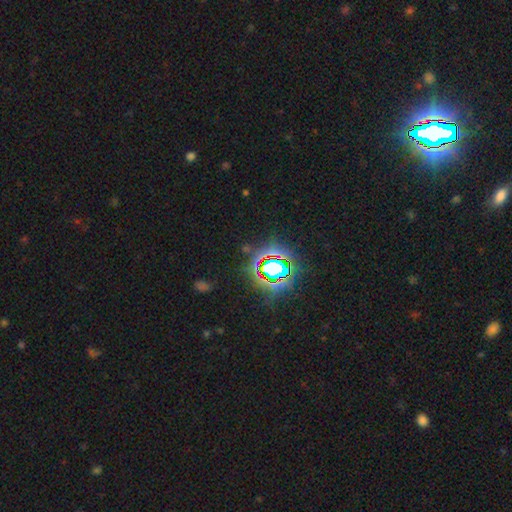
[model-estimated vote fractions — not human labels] Q: Smooth or featured?
A: star or artifact (83%); runner-up: smooth (11%)